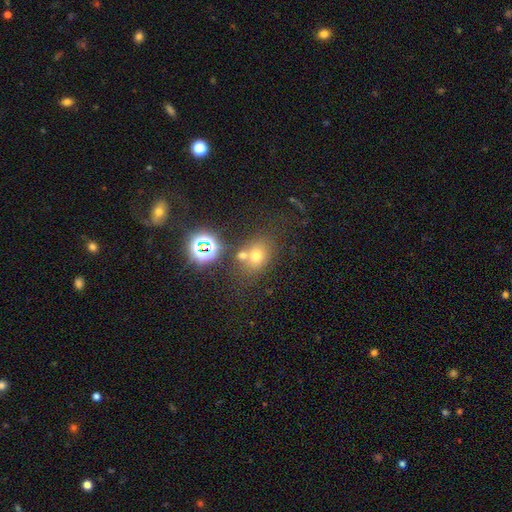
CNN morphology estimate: A smooth galaxy with no disk features (63%) that is round (54%).

Vote fractions:
- Smooth or featured? smooth: 63% / star or artifact: 24% / featured or disk: 13%
- How rounded? round: 54% / in between: 45% / cigar-shaped: 1%
- Merging? none: 54% / merger: 28% / minor disturbance: 12% / major disturbance: 6%